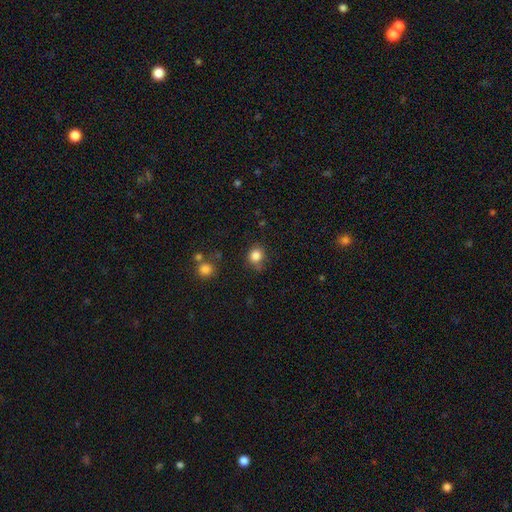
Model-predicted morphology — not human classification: The model was most divided on "merging": none: 73%, minor disturbance: 18%, major disturbance: 5%, merger: 4%. More confident: smooth or featured — smooth (83%); how rounded — round (80%).